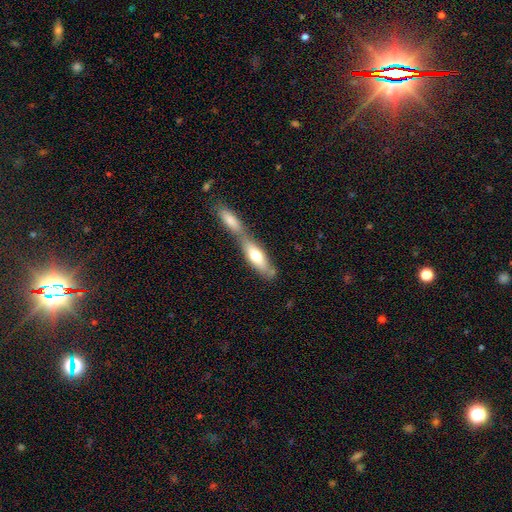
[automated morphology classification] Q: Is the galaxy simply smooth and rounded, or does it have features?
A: smooth — 64%.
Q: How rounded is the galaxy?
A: cigar-shaped — 51%.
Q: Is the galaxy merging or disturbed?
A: merger — 57%.